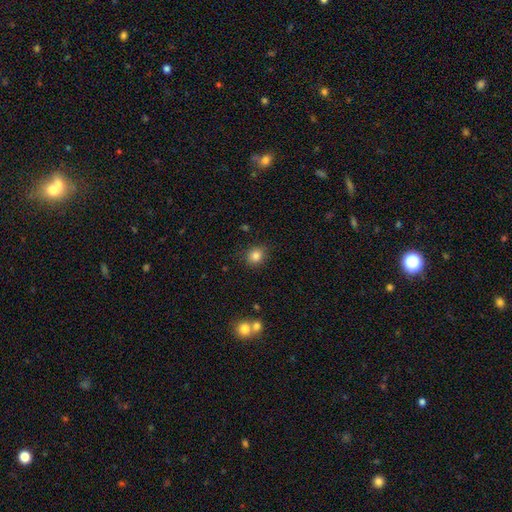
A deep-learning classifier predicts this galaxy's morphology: Smooth or featured? Predicted: smooth (p=0.83). How rounded? Predicted: round (p=0.75). Merging? Predicted: none (p=0.86).